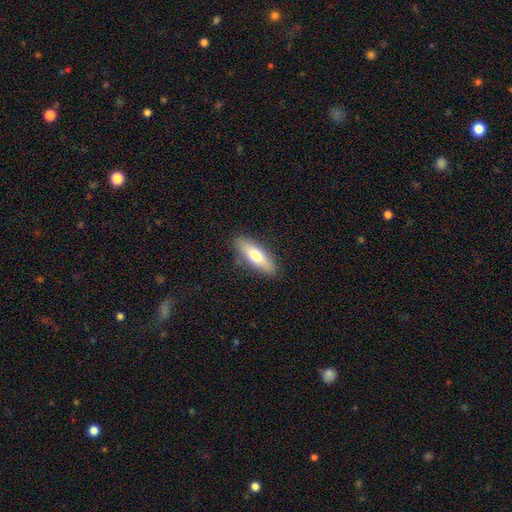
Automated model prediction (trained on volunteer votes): Smooth or featured? smooth (69%)
How rounded? in between (53%)
Merging? none (86%)